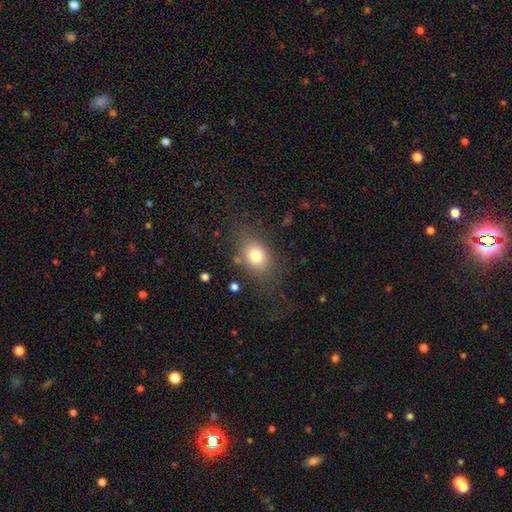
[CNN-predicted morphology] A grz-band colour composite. It shows a smooth galaxy with no disk features (77%) that is in between round and cigar-shaped (61%). Merging: none (73%).